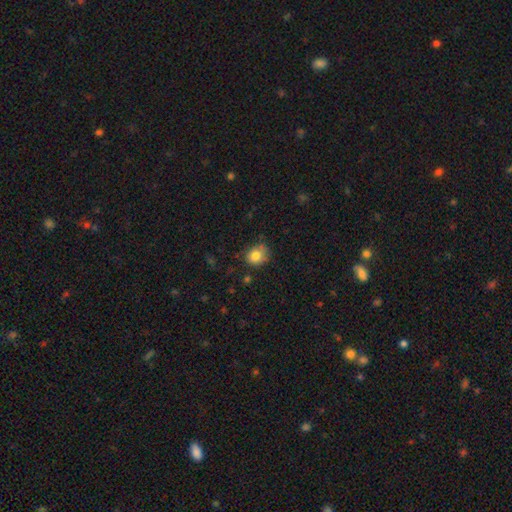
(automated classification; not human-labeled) A smooth galaxy with no disk features (82%) that is round (63%). Merging: none (63%).